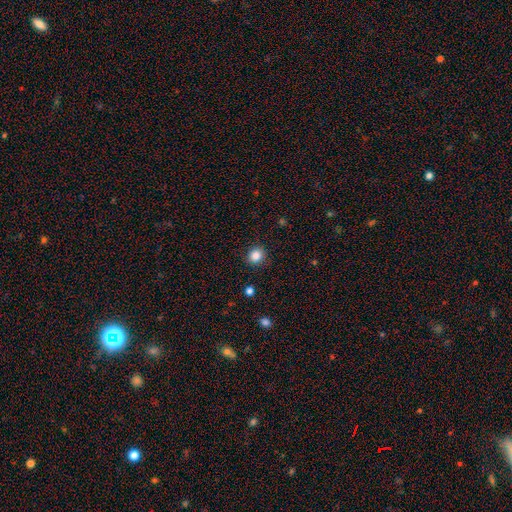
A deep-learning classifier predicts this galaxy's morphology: This is clearly a smooth galaxy (85%). How rounded: likely round (78%). Merging: clearly none (89%).